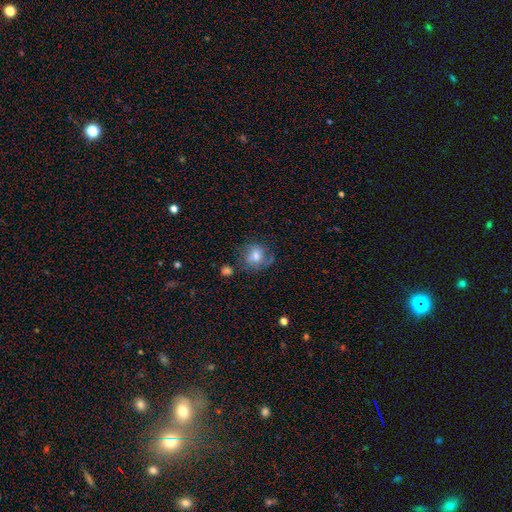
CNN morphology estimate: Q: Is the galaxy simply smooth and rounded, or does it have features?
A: smooth — 65%.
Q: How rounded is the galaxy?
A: round — 75%.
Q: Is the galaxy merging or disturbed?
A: none — 59%.